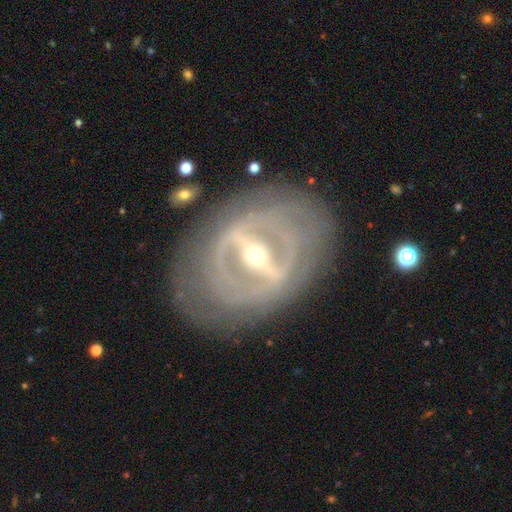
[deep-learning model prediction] This appears to be a featured or disk galaxy (86%) with a strong bar (78%), spiral arms (60%) and a moderate central bulge (51%). Merging: none (73%).